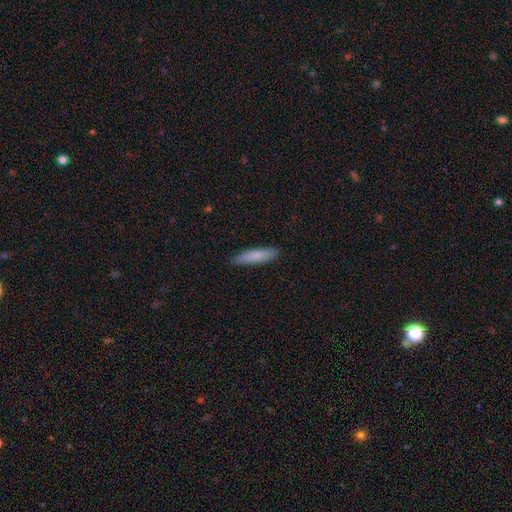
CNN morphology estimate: The model was most divided on "how rounded": cigar-shaped: 80%, in between: 19%, round: 1%. More confident: merging — none (86%); smooth or featured — smooth (82%).